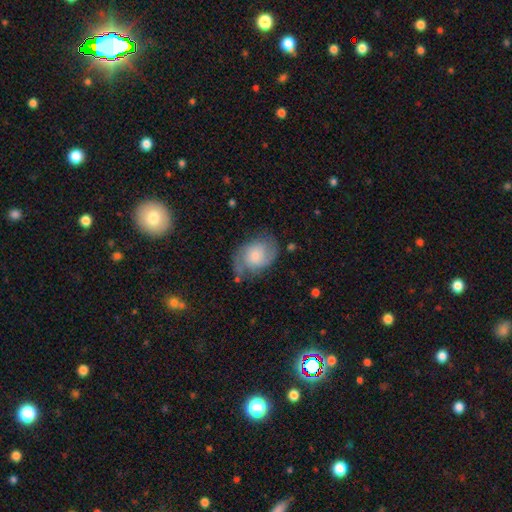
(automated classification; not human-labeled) A featured or disk galaxy (58%) with no bar (74%), spiral arms (87%) and a small central bulge (50%).

Vote fractions:
- Smooth or featured? featured or disk: 58% / smooth: 35% / star or artifact: 7%
- Edge-on disk? no: 97% / yes: 3%
- Bar? no: 74% / weak: 22% / strong: 3%
- Spiral arms? yes: 87% / no: 13%
- Bulge size? small: 50% / moderate: 31% / large: 10% / none: 6% / dominant: 3%
- Merging? none: 58% / minor disturbance: 26% / major disturbance: 13% / merger: 3%